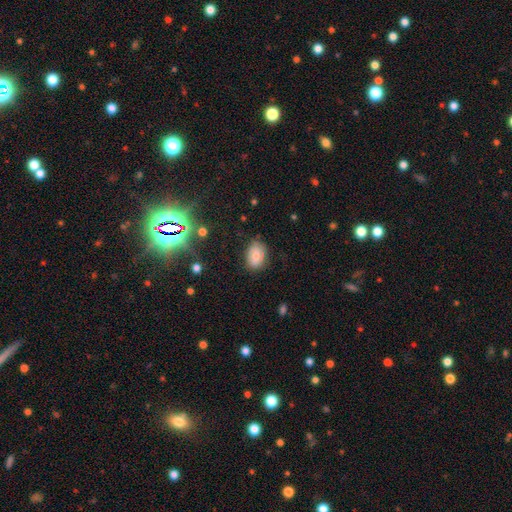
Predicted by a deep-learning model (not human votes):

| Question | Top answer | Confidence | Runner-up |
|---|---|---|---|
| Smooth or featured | smooth | 74% | featured or disk (15%) |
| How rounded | in between | 83% | round (16%) |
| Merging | none | 77% | minor disturbance (18%) |